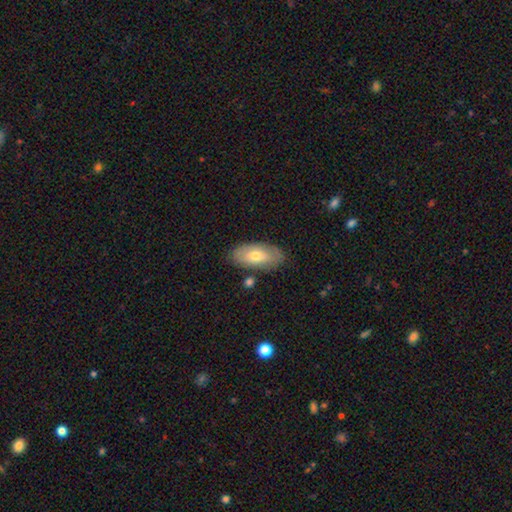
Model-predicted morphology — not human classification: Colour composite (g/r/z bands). It shows a smooth galaxy with no disk features (65%) that is in between round and cigar-shaped (91%). Merging: none (77%).